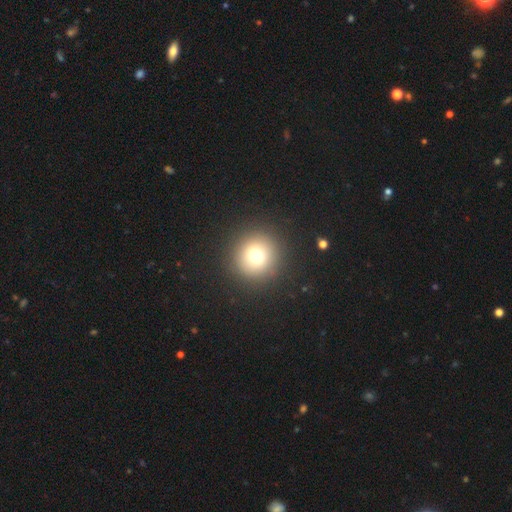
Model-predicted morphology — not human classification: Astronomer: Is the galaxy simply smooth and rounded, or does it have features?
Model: smooth — 74%.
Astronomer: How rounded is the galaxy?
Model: round — 94%.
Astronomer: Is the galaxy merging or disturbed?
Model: none — 91%.